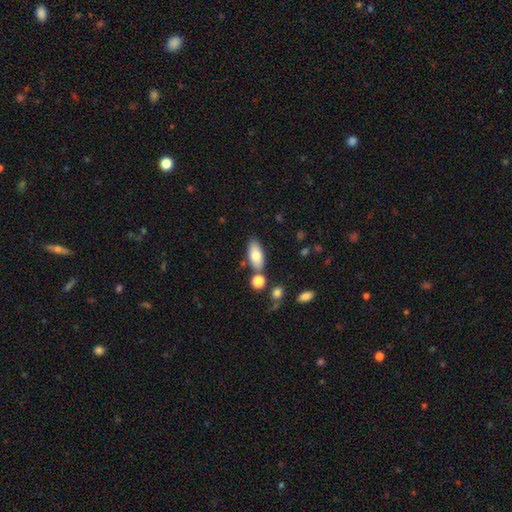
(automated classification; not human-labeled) A smooth galaxy with no disk features (78%) that is in between round and cigar-shaped (84%).

Vote fractions:
- Smooth or featured? smooth: 78% / featured or disk: 15% / star or artifact: 7%
- How rounded? in between: 84% / cigar-shaped: 13% / round: 3%
- Merging? none: 72% / minor disturbance: 14% / merger: 11% / major disturbance: 3%